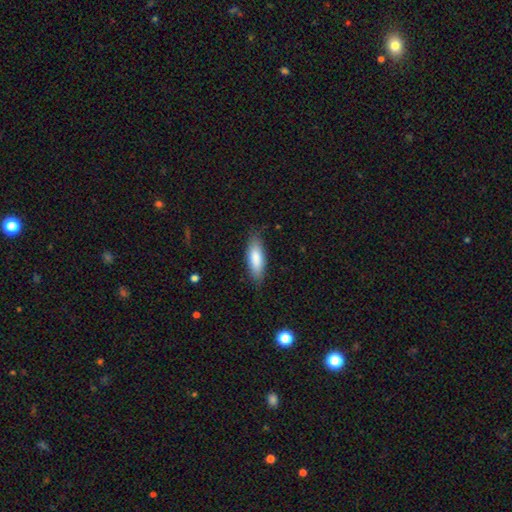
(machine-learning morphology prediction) Q: Smooth or featured?
A: smooth (81%); runner-up: featured or disk (13%)
Q: How rounded?
A: in between (53%); runner-up: cigar-shaped (45%)
Q: Merging?
A: none (83%); runner-up: minor disturbance (13%)